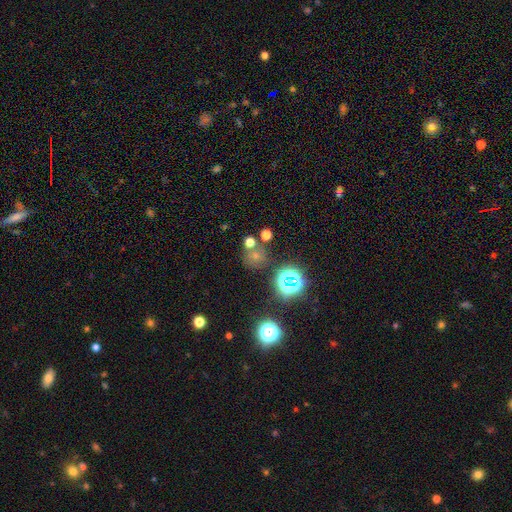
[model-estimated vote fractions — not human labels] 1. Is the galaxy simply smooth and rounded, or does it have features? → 53% smooth, 36% star or artifact, 11% featured or disk.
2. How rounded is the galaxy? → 85% round, 13% in between, 1% cigar-shaped.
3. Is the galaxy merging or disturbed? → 64% none, 20% merger, 11% minor disturbance, 5% major disturbance.